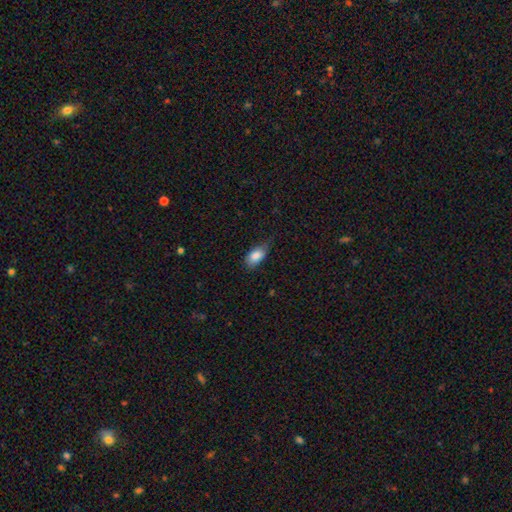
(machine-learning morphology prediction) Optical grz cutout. It shows a smooth galaxy with no disk features (86%) that is in between round and cigar-shaped (90%). Merging: none (64%).